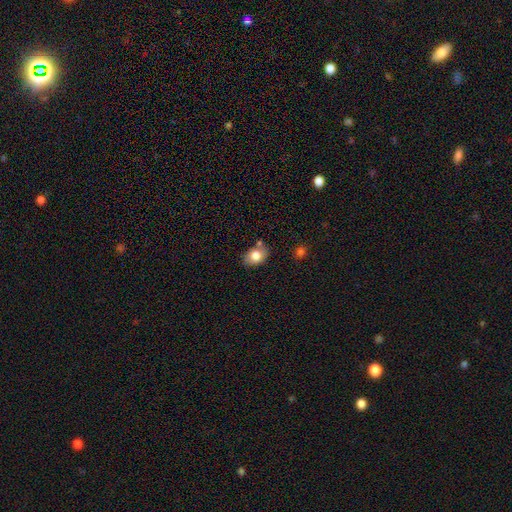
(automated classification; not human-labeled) A smooth galaxy with no disk features (80%) that is in between round and cigar-shaped (76%). Merging: none (68%).